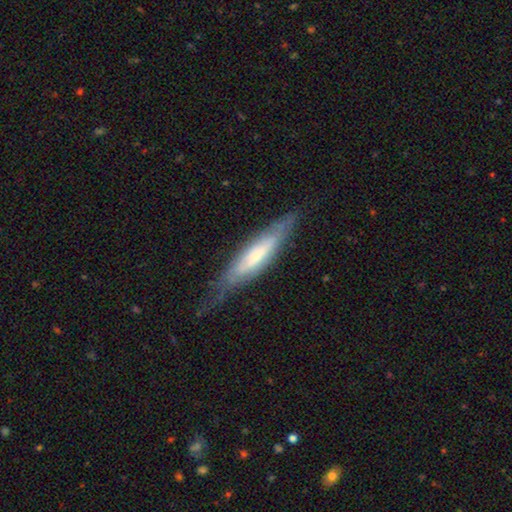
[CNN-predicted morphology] smooth_or_featured: featured or disk (p=0.58) [alt: smooth p=0.37]
disk_edge_on: yes (p=0.67) [alt: no p=0.33]
merging: none (p=0.62) [alt: minor disturbance p=0.26]